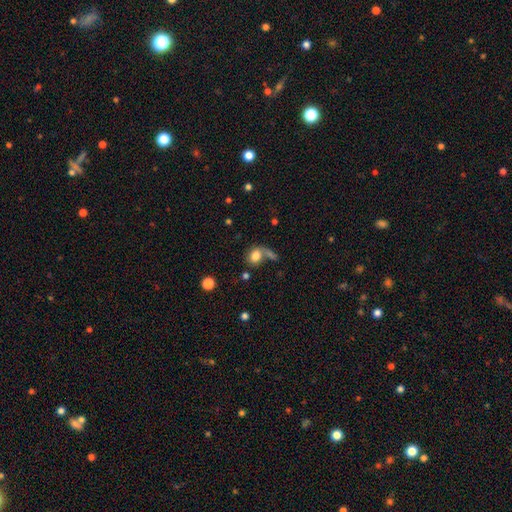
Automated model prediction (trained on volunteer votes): Q: Smooth or featured?
A: smooth (79%); runner-up: featured or disk (11%)
Q: How rounded?
A: in between (56%); runner-up: round (42%)
Q: Merging?
A: none (43%); runner-up: merger (31%)